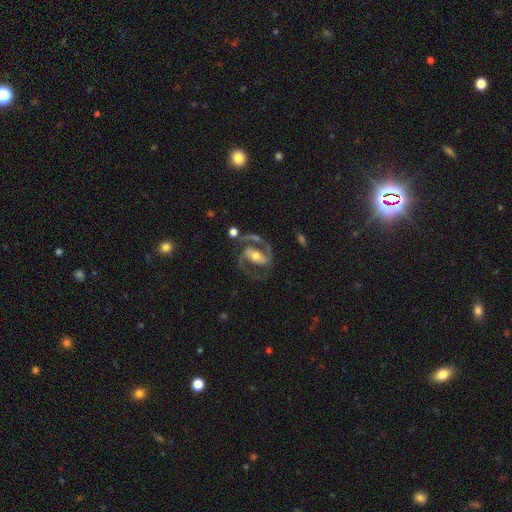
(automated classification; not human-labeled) featured or disk 90%, smooth 5%, star or artifact 5%. Down the decision tree: edge-on disk — no (97%); bar — strong (52%); spiral arms — yes (97%); spiral arm count — 2 (92%); spiral winding — medium (62%); bulge size — moderate (61%); merging — none (71%).